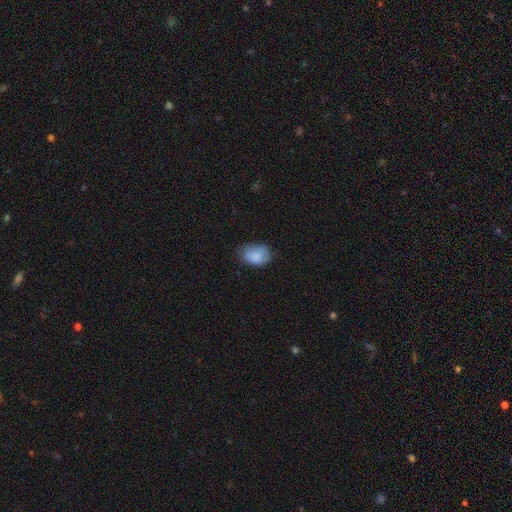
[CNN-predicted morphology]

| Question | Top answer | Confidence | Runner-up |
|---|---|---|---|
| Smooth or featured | smooth | 80% | featured or disk (12%) |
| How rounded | in between | 80% | round (19%) |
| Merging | none | 55% | minor disturbance (34%) |